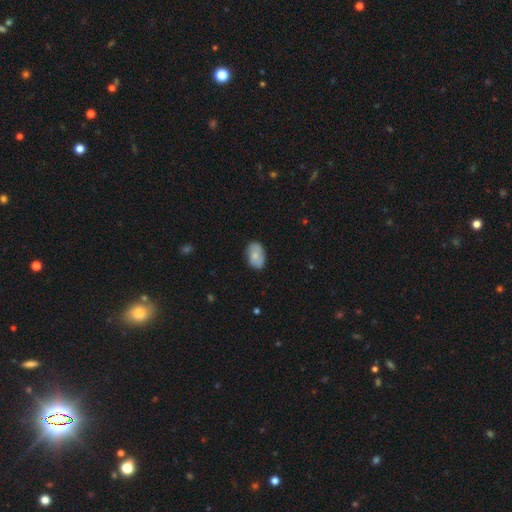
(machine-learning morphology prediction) This appears to be a smooth galaxy with no disk features (69%) that is in between round and cigar-shaped (85%). Merging: none (77%).